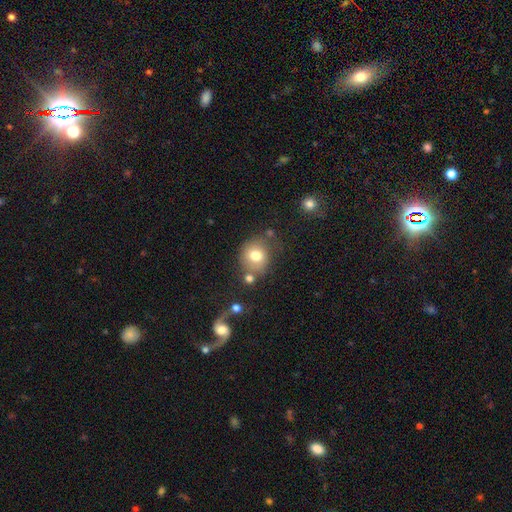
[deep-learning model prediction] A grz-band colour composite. It shows a smooth galaxy with no disk features (75%) that is round (78%). Merging: none (65%).